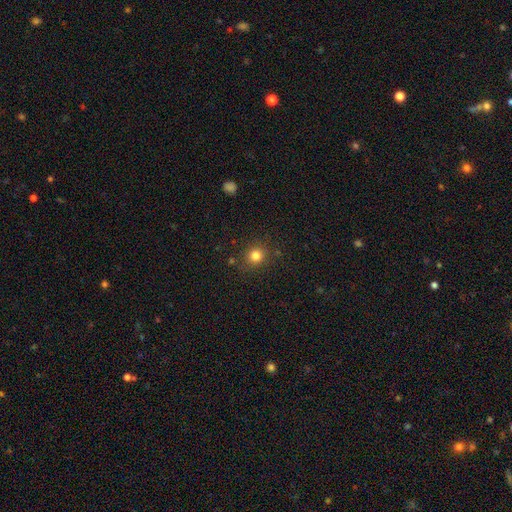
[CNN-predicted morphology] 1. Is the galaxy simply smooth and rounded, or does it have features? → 81% smooth, 14% star or artifact, 5% featured or disk.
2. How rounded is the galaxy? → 88% round, 11% in between, 1% cigar-shaped.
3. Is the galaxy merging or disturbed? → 87% none, 8% minor disturbance, 3% major disturbance, 2% merger.